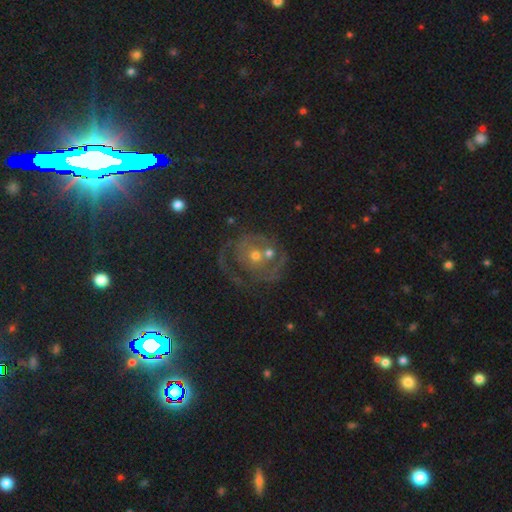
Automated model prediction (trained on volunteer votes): Overall: featured or disk (71%). Edge-on disk: no (97%). Bar: no (81%). Spiral arms: yes (62%; no 38%). Bulge size: moderate (53%; small 39%). Merging: none (42%; merger 20%).